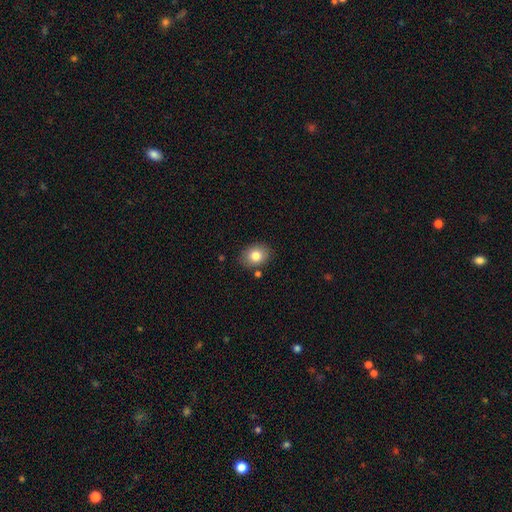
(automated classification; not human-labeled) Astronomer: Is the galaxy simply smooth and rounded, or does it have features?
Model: smooth — 82%.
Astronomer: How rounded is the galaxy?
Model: in between — 55% (runner-up: round, 44%).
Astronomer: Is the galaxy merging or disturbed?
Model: none — 83%.